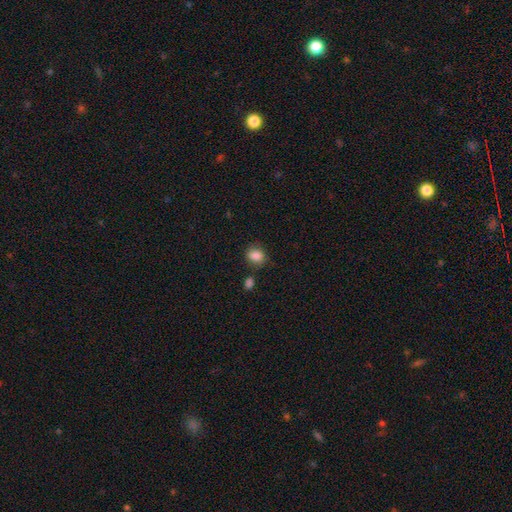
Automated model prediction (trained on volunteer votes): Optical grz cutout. It shows a smooth galaxy with no disk features (85%) that is round (55%). Merging: none (73%).